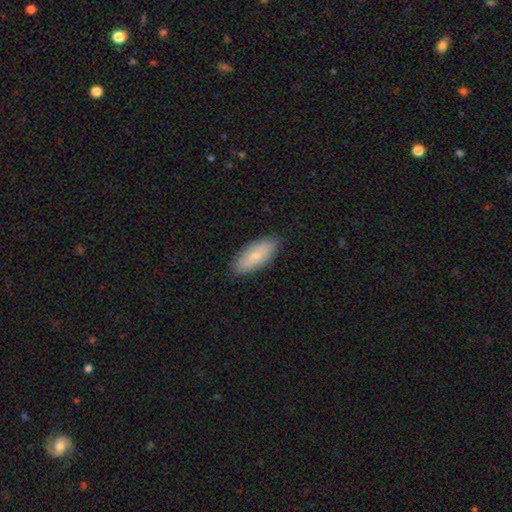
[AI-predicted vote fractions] A smooth galaxy with no disk features (74%) that is in between round and cigar-shaped (81%).

Vote fractions:
- Smooth or featured? smooth: 74% / featured or disk: 20% / star or artifact: 6%
- How rounded? in between: 81% / cigar-shaped: 17% / round: 2%
- Merging? none: 86% / minor disturbance: 11% / major disturbance: 2% / merger: 1%